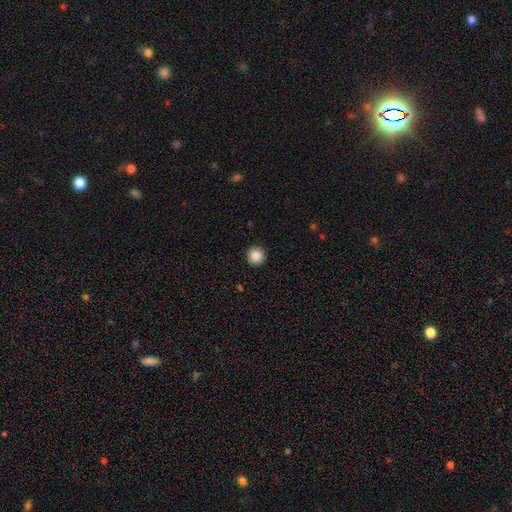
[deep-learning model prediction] The model was most divided on "smooth or featured": smooth: 88%, star or artifact: 9%, featured or disk: 3%. More confident: how rounded — round (95%); merging — none (93%).